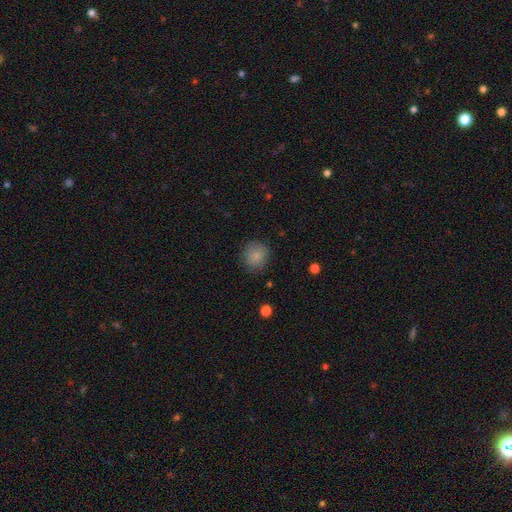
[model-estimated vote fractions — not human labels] A smooth galaxy with no disk features (85%) that is round (83%).

Vote fractions:
- Smooth or featured? smooth: 85% / star or artifact: 9% / featured or disk: 6%
- How rounded? round: 83% / in between: 16% / cigar-shaped: 1%
- Merging? none: 83% / minor disturbance: 12% / major disturbance: 4% / merger: 1%